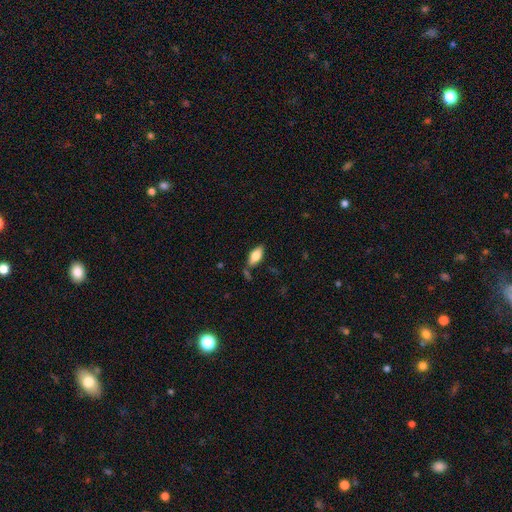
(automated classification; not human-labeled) Smooth or featured?
  - smooth: 70% *
  - featured or disk: 23%
  - star or artifact: 7%
How rounded?
  - in between: 85% *
  - cigar-shaped: 13%
  - round: 3%
Merging?
  - none: 74% *
  - minor disturbance: 16%
  - merger: 6%
  - major disturbance: 4%